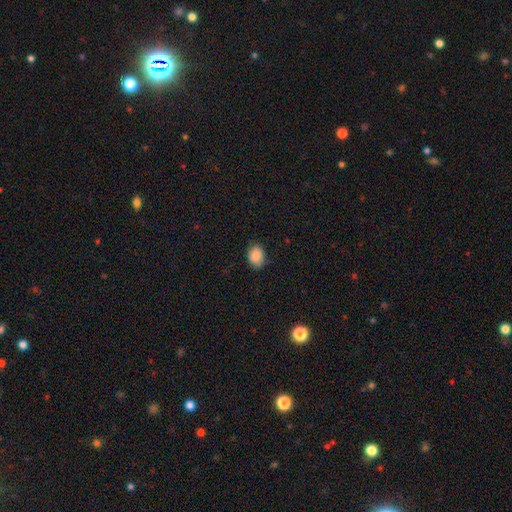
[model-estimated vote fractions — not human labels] Smooth or featured? Predicted: smooth (p=0.87). How rounded? Predicted: in between (p=0.70). Merging? Predicted: none (p=0.75).